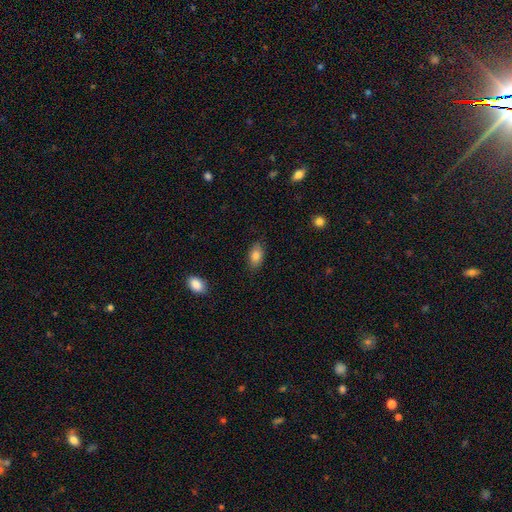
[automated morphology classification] A smooth galaxy with no disk features (82%) that is in between round and cigar-shaped (90%). Merging: none (82%).